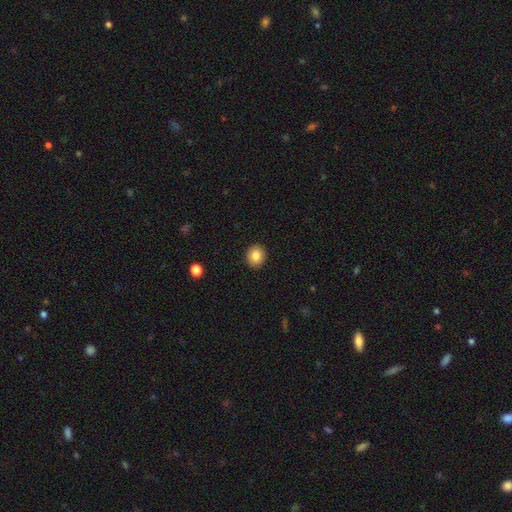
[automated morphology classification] smooth 84%, star or artifact 9%, featured or disk 6%. Down the decision tree: how rounded — round (81%); merging — none (92%).